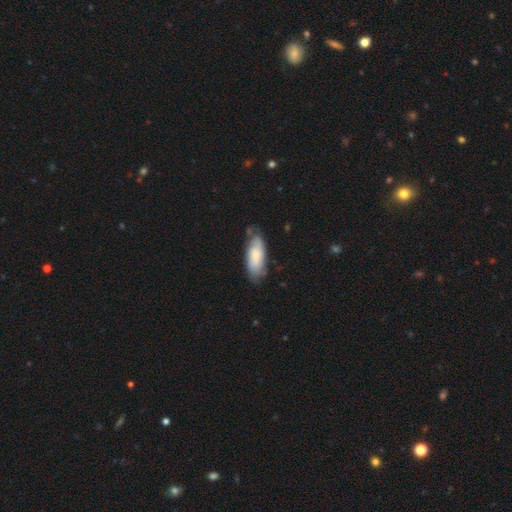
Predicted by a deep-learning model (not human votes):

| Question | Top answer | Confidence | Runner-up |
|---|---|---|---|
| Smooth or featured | smooth | 68% | featured or disk (26%) |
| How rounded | in between | 78% | cigar-shaped (20%) |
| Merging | none | 63% | minor disturbance (28%) |